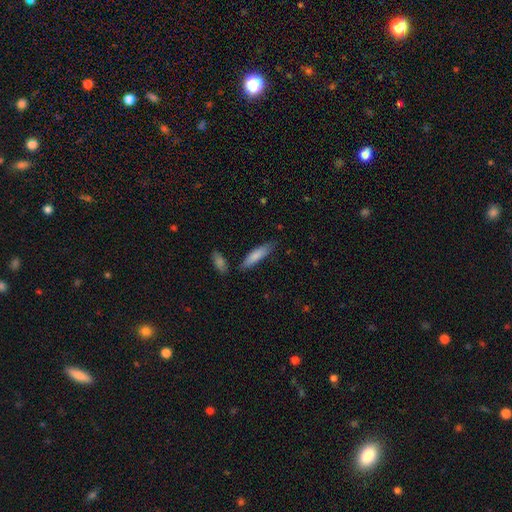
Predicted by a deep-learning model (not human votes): Morphology: type=smooth (81%); roundness=cigar-shaped (69%); merging=none (73%).